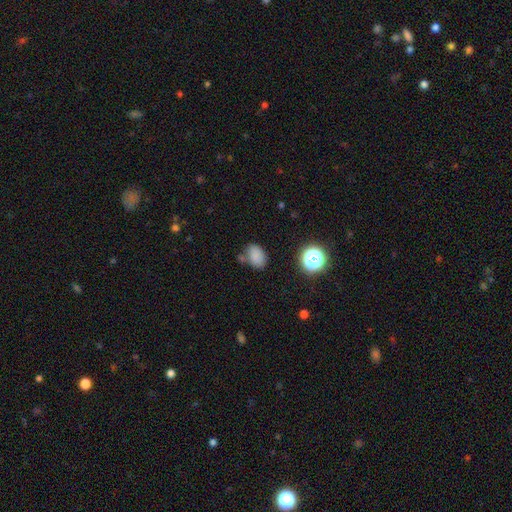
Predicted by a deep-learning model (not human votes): Smooth or featured? Predicted: smooth (p=0.81). How rounded? Predicted: in between (p=0.79). Merging? Predicted: none (p=0.69).